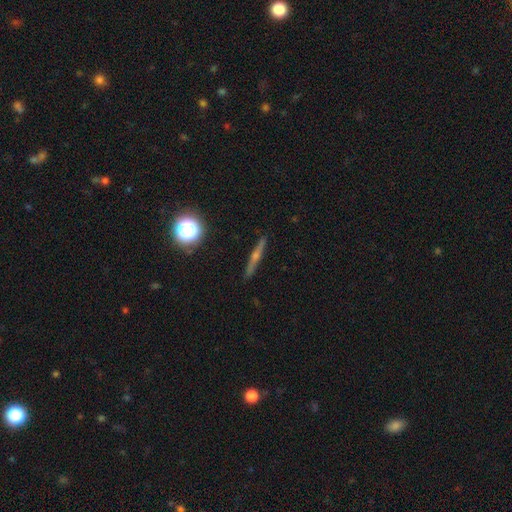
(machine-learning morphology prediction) Smooth or featured?
  - featured or disk: 64% *
  - smooth: 24%
  - star or artifact: 11%
Edge-on disk?
  - yes: 97% *
  - no: 3%
Edge-on bulge?
  - rounded: 82% *
  - none: 13%
  - boxy: 5%
Merging?
  - none: 91% *
  - minor disturbance: 6%
  - major disturbance: 1%
  - merger: 1%